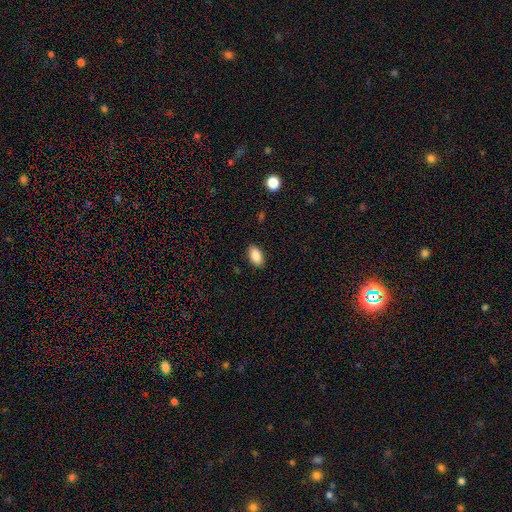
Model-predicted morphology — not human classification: Q: Smooth or featured?
A: smooth (89%); runner-up: star or artifact (7%)
Q: How rounded?
A: in between (93%); runner-up: round (5%)
Q: Merging?
A: none (88%); runner-up: minor disturbance (9%)